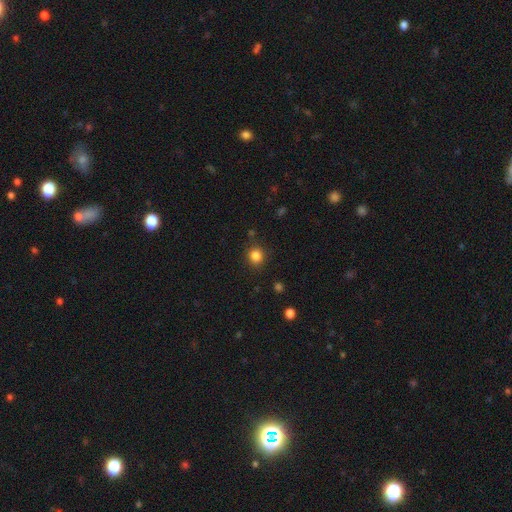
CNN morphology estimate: This is clearly a smooth galaxy (83%). How rounded: clearly round (87%). Merging: clearly none (87%).